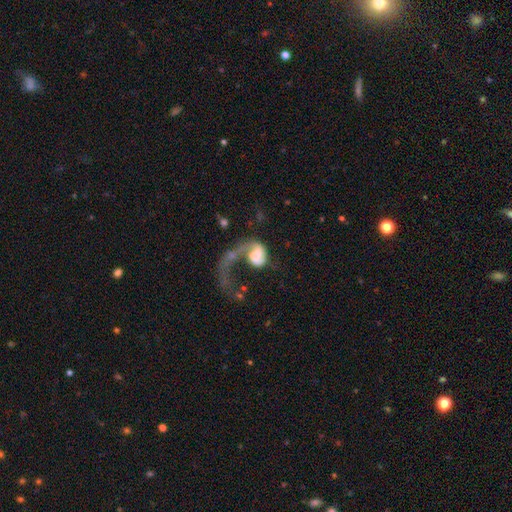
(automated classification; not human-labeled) This appears to be a featured or disk galaxy (69%) with no bar (55%), 1 (80%) loose (76%) spiral arms (85%) and a moderate central bulge (37%). Merging: major disturbance (63%).